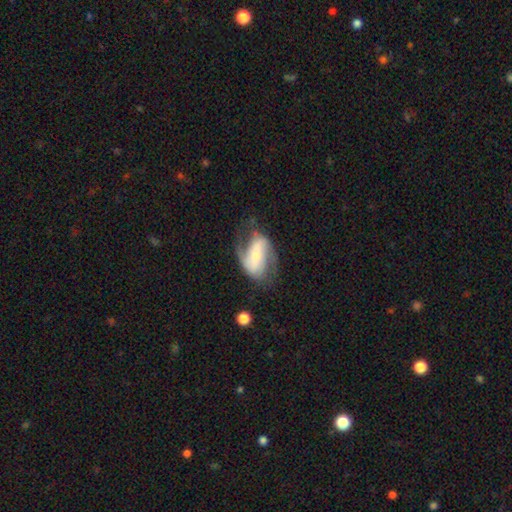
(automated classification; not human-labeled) Smooth or featured? Predicted: featured or disk (p=0.76). Edge-on disk? Predicted: no (p=0.96). Bar? Predicted: strong (p=0.42). Spiral arms? Predicted: yes (p=0.91). Spiral winding? Predicted: medium (p=0.42). Spiral arm count? Predicted: 2 (p=0.86). Bulge size? Predicted: small (p=0.54). Merging? Predicted: none (p=0.58).